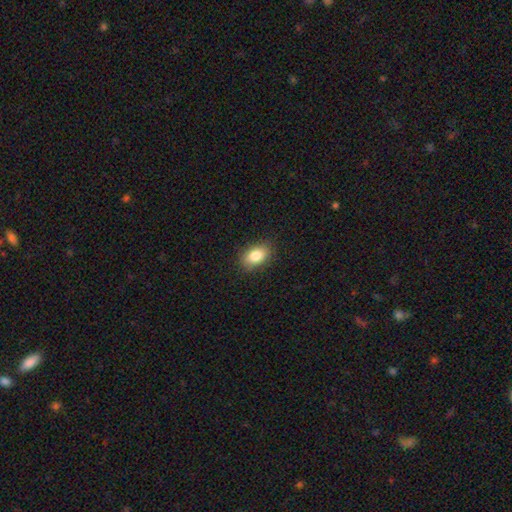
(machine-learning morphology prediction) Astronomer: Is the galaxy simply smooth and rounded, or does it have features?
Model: smooth — 84%.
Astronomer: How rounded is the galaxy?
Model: in between — 87%.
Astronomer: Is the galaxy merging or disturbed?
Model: none — 86%.